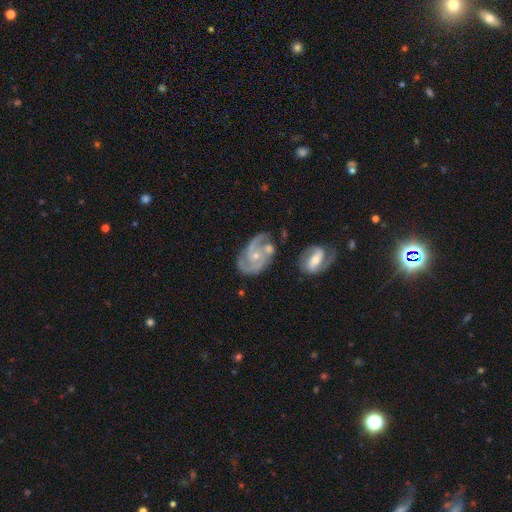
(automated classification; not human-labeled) This is clearly a featured or disk galaxy (86%). It is clearly not viewed edge-on (97%). Bar: likely no (65%). Spiral arm pattern: clearly yes (96%). Spiral arm count: likely 2 (67%). Spiral winding: possibly medium (53%). Central bulge: likely small (62%). Merging: possibly none (52%).